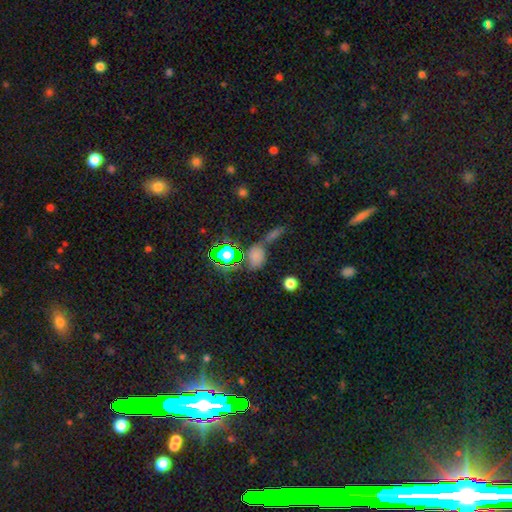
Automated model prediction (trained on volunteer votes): Smooth or featured: smooth — 59% (star or artifact — 33%)
How rounded: in between — 67% (round — 27%)
Merging: none — 52% (merger — 29%)